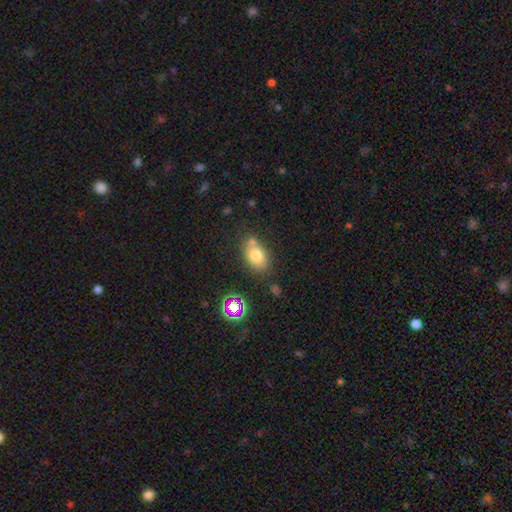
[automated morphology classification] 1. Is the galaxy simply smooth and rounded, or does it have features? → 74% smooth, 14% featured or disk, 12% star or artifact.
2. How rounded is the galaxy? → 79% in between, 19% round, 2% cigar-shaped.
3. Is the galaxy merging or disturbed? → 65% none, 16% minor disturbance, 15% merger, 4% major disturbance.